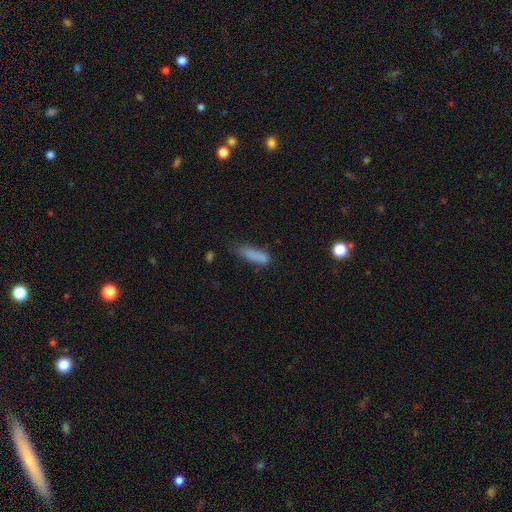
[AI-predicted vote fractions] The model was most divided on "how rounded": cigar-shaped: 60%, in between: 38%, round: 2%. More confident: smooth or featured — smooth (82%); merging — none (57%).